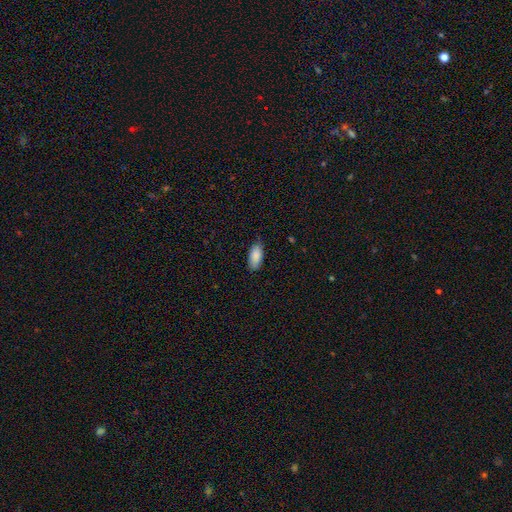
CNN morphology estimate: Overall: smooth (86%). How rounded: in between (90%). Merging: none (78%).